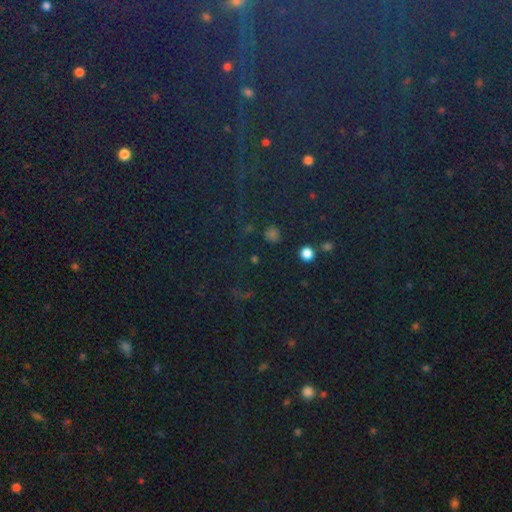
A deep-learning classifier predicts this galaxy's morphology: type=star or artifact (84%).